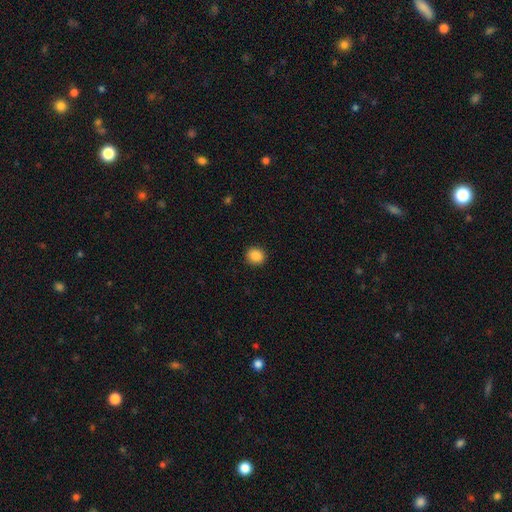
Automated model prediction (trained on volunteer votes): smooth 88%, star or artifact 9%, featured or disk 3%. Down the decision tree: how rounded — round (81%); merging — none (91%).